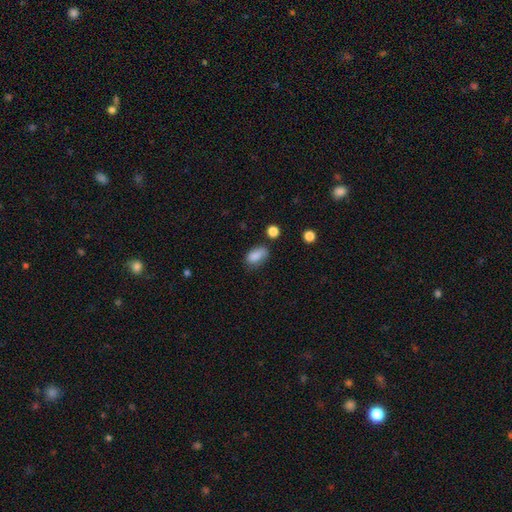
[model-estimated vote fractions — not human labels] Smooth or featured? smooth (84%)
How rounded? in between (88%)
Merging? none (57%)